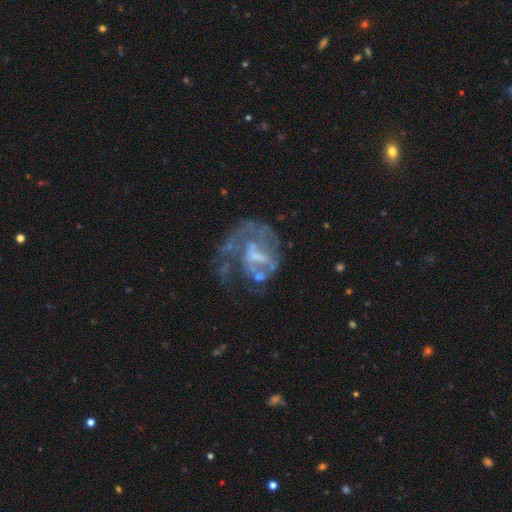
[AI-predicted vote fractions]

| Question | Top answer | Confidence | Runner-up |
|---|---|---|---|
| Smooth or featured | featured or disk | 74% | smooth (15%) |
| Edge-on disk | no | 97% | yes (3%) |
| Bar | no | 47% | weak (39%) |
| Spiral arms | yes | 51% | no (49%) |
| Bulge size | none | 37% | small (30%) |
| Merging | major disturbance | 43% | none (32%) |